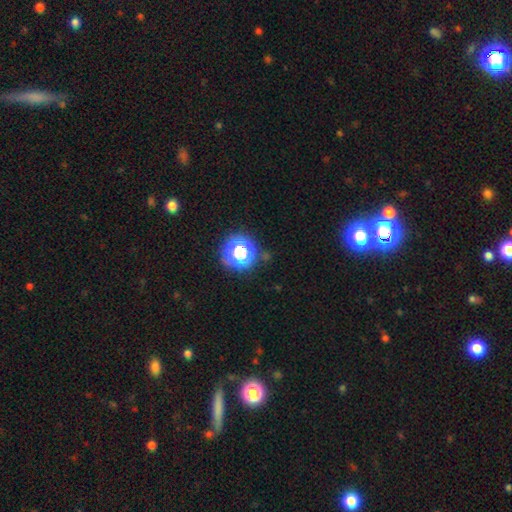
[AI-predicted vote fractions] Overall: star or artifact (71%).